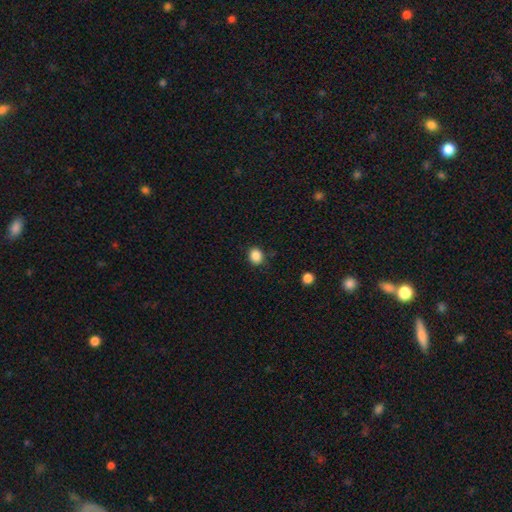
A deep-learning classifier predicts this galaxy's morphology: Smooth or featured: smooth — 87% (star or artifact — 10%)
How rounded: round — 71% (in between — 28%)
Merging: none — 84% (minor disturbance — 11%)